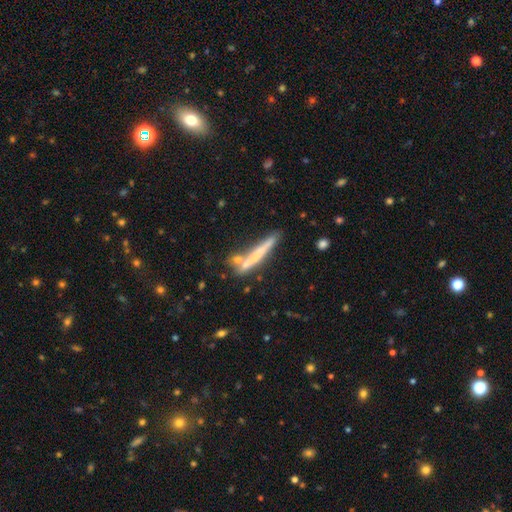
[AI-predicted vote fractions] A smooth galaxy with no disk features (51%) that is cigar-shaped (95%).

Vote fractions:
- Smooth or featured? smooth: 51% / featured or disk: 41% / star or artifact: 7%
- How rounded? cigar-shaped: 95% / in between: 3% / round: 2%
- Merging? none: 70% / minor disturbance: 14% / merger: 12% / major disturbance: 4%